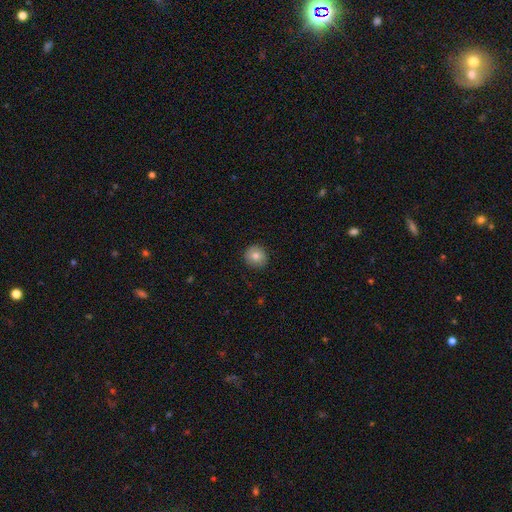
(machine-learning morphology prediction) Q: Smooth or featured?
A: smooth (80%); runner-up: featured or disk (11%)
Q: How rounded?
A: round (89%); runner-up: in between (10%)
Q: Merging?
A: none (89%); runner-up: minor disturbance (8%)